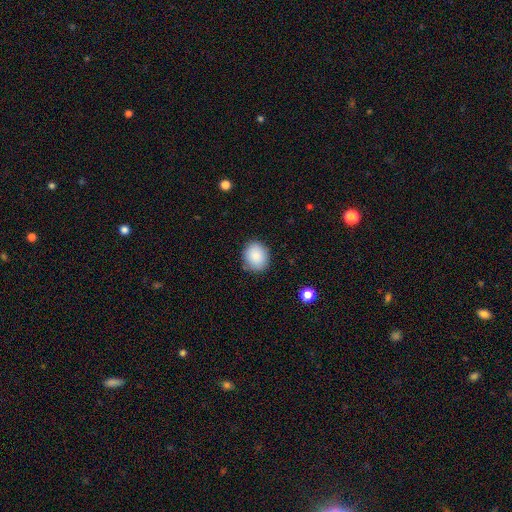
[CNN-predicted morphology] smooth-or-featured: smooth: 88% | star or artifact: 8% | featured or disk: 5%
  how-rounded: round: 65% | in between: 35% | cigar-shaped: 1%
  merging: none: 83% | minor disturbance: 13% | major disturbance: 3% | merger: 1%